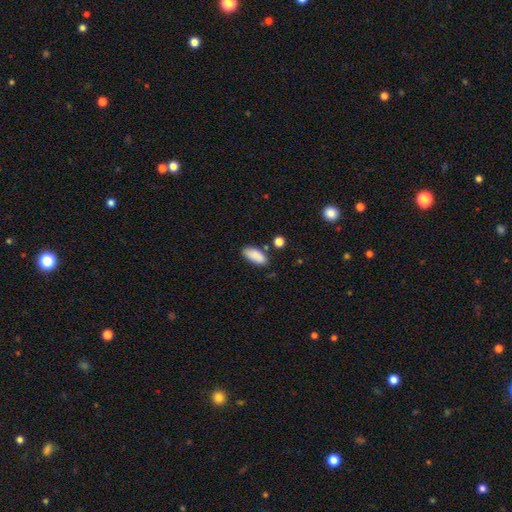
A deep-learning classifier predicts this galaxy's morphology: smooth_or_featured: smooth (p=0.88) [alt: star or artifact p=0.07]
how_rounded: in between (p=0.85) [alt: cigar-shaped p=0.12]
merging: none (p=0.78) [alt: minor disturbance p=0.13]